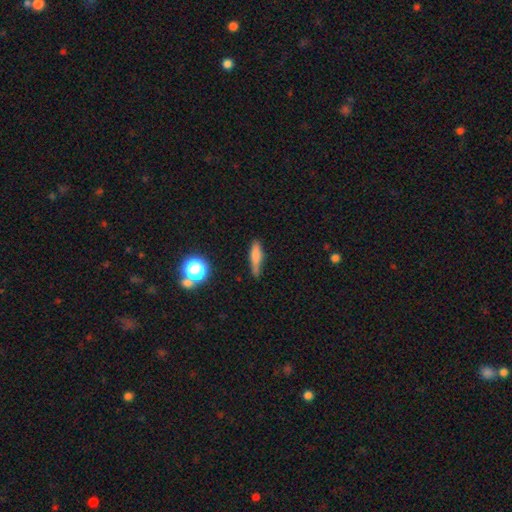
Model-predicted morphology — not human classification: The model was most divided on "merging": none: 66%, minor disturbance: 24%, major disturbance: 6%, merger: 4%. More confident: how rounded — cigar-shaped (72%); smooth or featured — smooth (70%).